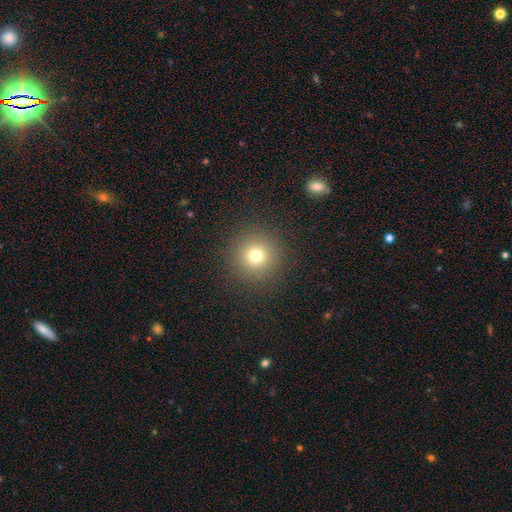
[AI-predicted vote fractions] Q: Smooth or featured?
A: smooth (73%); runner-up: star or artifact (17%)
Q: How rounded?
A: round (95%); runner-up: in between (4%)
Q: Merging?
A: none (90%); runner-up: minor disturbance (6%)